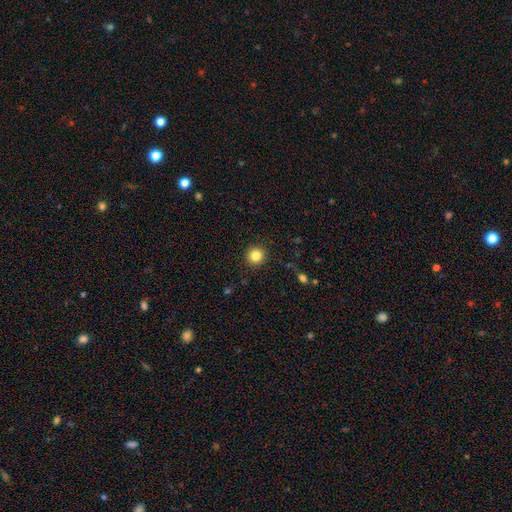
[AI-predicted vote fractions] Q: Smooth or featured?
A: smooth (84%); runner-up: star or artifact (11%)
Q: How rounded?
A: round (94%); runner-up: in between (5%)
Q: Merging?
A: none (92%); runner-up: minor disturbance (5%)